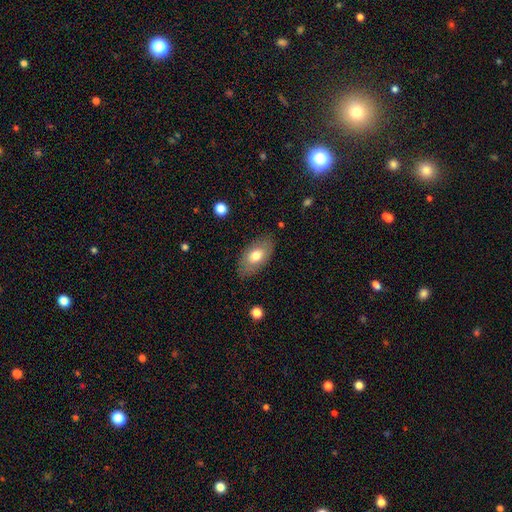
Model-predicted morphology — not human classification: Overall: smooth (71%). How rounded: in between (91%). Merging: none (81%).